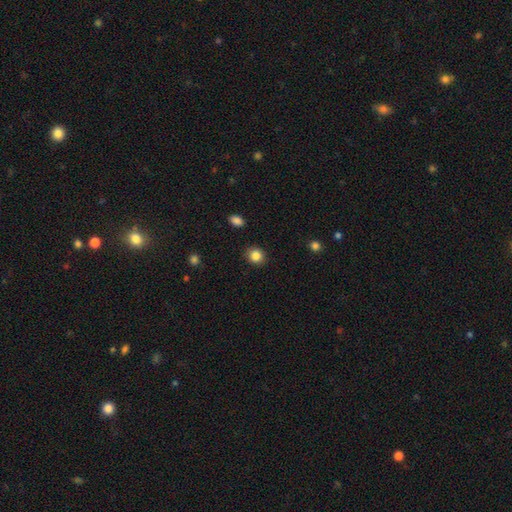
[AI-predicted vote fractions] smooth_or_featured: smooth (p=0.85) [alt: star or artifact p=0.10]
how_rounded: round (p=0.83) [alt: in between p=0.16]
merging: none (p=0.89) [alt: minor disturbance p=0.07]